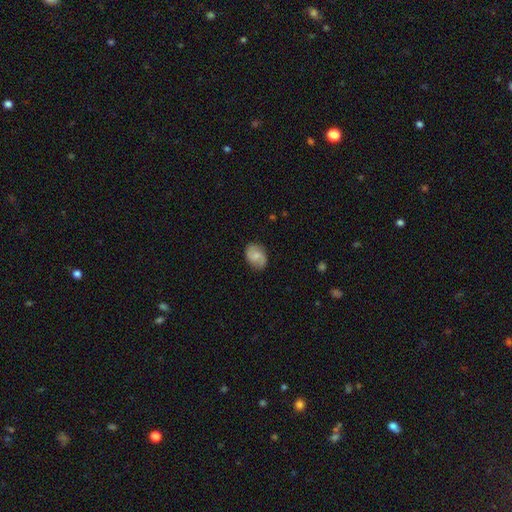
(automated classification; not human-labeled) Smooth or featured? smooth (52%)
How rounded? in between (71%)
Merging? none (80%)